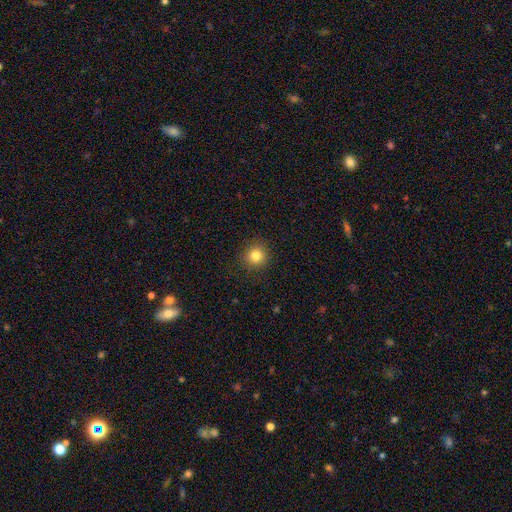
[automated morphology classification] A smooth galaxy with no disk features (82%) that is round (93%). Merging: none (91%).